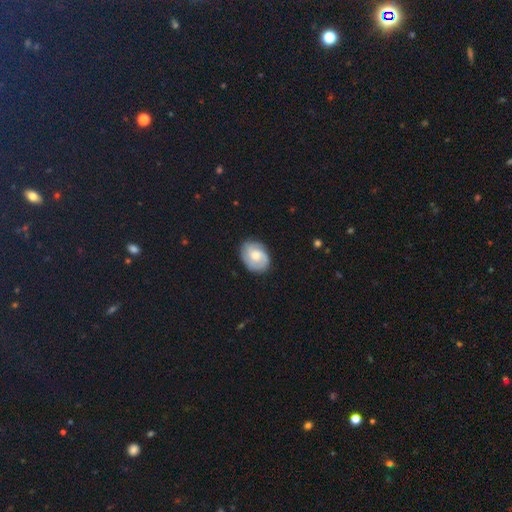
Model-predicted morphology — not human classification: type=featured or disk (64%); edge-on=no (97%); bar=no (66%); spiral arms=yes (91%); winding=tight (50%); arm count=2 (41%); bulge=moderate (67%); merging=none (80%).